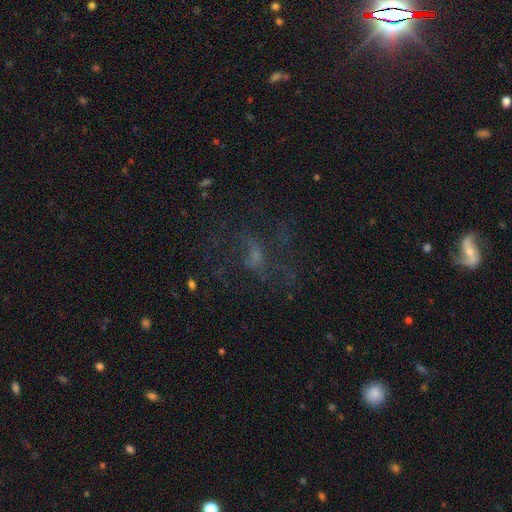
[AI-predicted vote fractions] smooth-or-featured: featured or disk: 50% | star or artifact: 26% | smooth: 24%
  merging: none: 52% | major disturbance: 30% | minor disturbance: 16% | merger: 3%